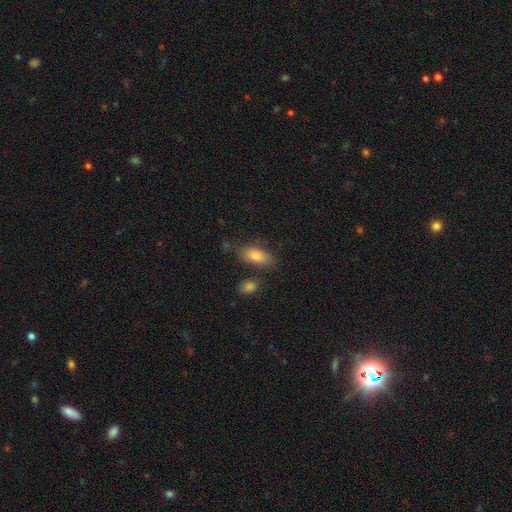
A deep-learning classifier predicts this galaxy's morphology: smooth_or_featured: smooth (p=0.81) [alt: featured or disk p=0.12]
how_rounded: in between (p=0.85) [alt: cigar-shaped p=0.12]
merging: none (p=0.71) [alt: minor disturbance p=0.16]